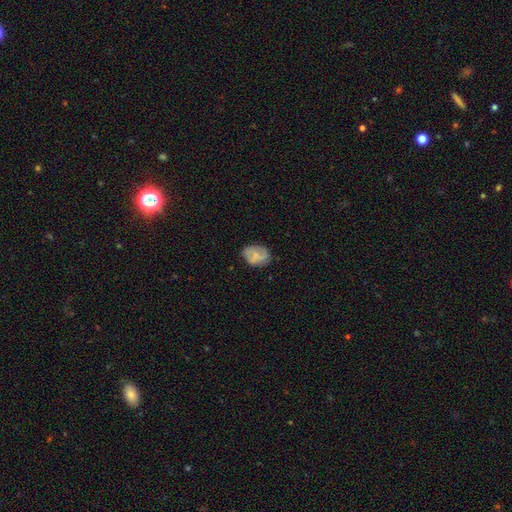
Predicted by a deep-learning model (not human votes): Smooth or featured? Predicted: smooth (p=0.68). How rounded? Predicted: in between (p=0.71). Merging? Predicted: none (p=0.71).